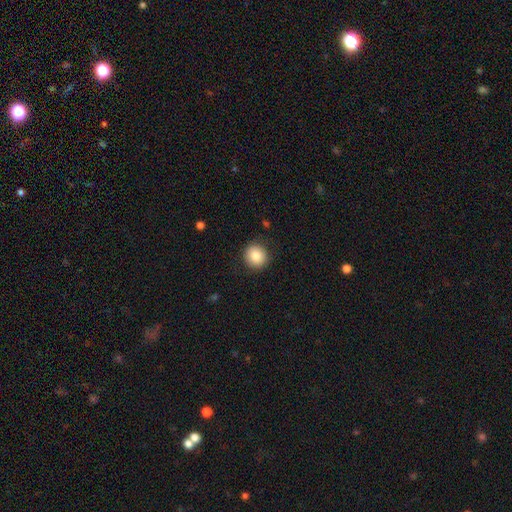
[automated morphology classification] smooth_or_featured: smooth (p=0.84) [alt: star or artifact p=0.09]
how_rounded: round (p=0.90) [alt: in between p=0.09]
merging: none (p=0.89) [alt: minor disturbance p=0.08]